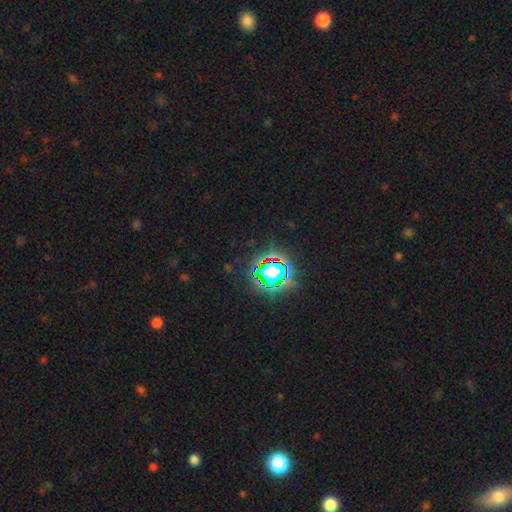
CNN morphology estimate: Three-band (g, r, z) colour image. It shows a star or artifact, not a galaxy (80%).